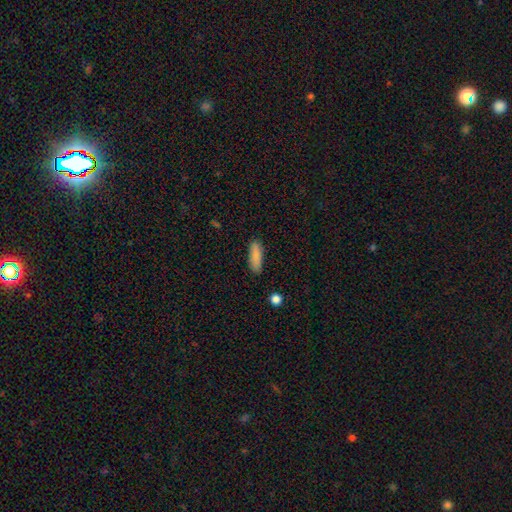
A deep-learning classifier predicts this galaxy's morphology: Smooth or featured? smooth (86%)
How rounded? in between (49%, tied with cigar-shaped)
Merging? none (86%)